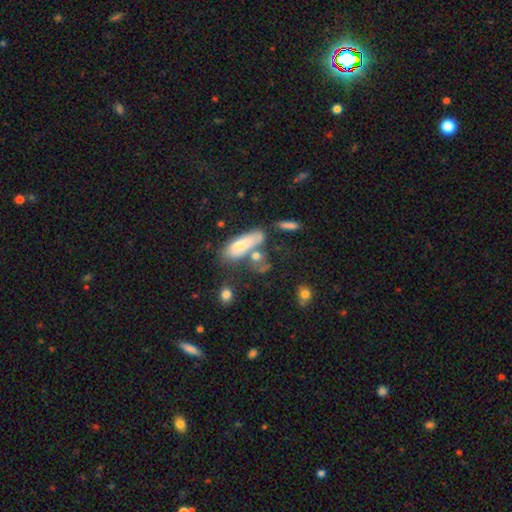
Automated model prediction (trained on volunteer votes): Morphology: type=smooth (64%); roundness=in between (61%); merging=none (41%).